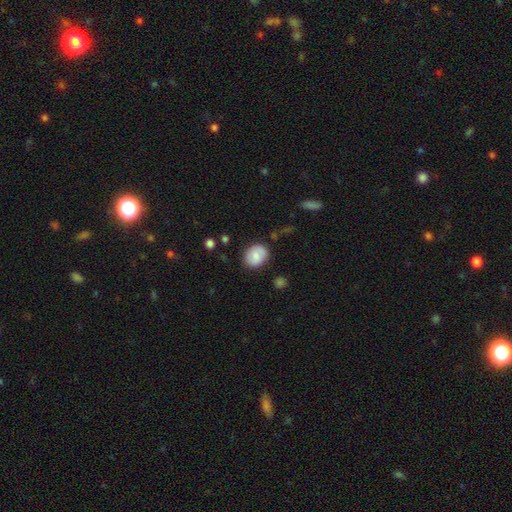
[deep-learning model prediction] smooth_or_featured: smooth (p=0.74) [alt: featured or disk p=0.19]
how_rounded: round (p=0.58) [alt: in between p=0.41]
merging: none (p=0.82) [alt: minor disturbance p=0.13]